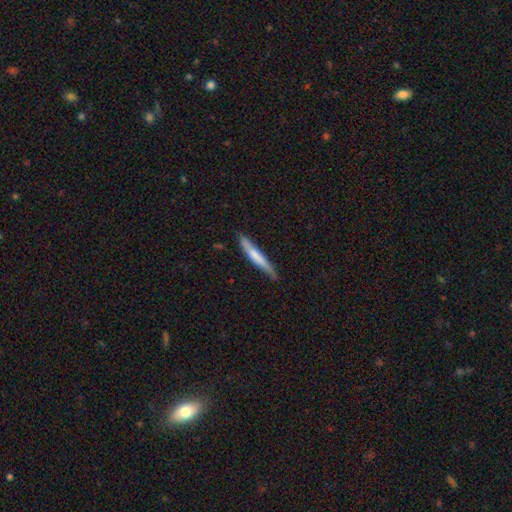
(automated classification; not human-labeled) The model was most divided on "smooth or featured": smooth: 62%, featured or disk: 33%, star or artifact: 5%. More confident: how rounded — cigar-shaped (94%); merging — none (75%).